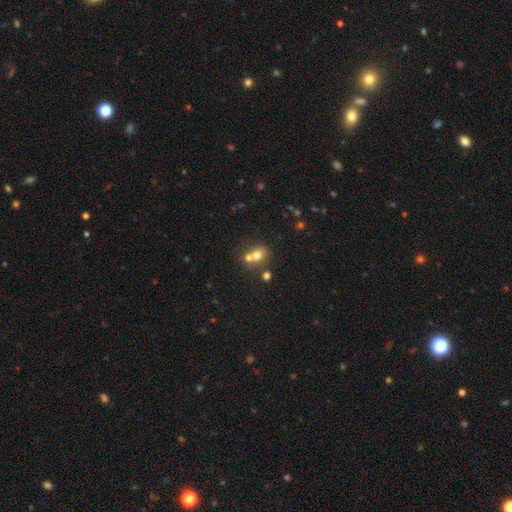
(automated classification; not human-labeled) This is likely a smooth galaxy (69%). How rounded: likely round (63%). Merging: possibly merger (52%).